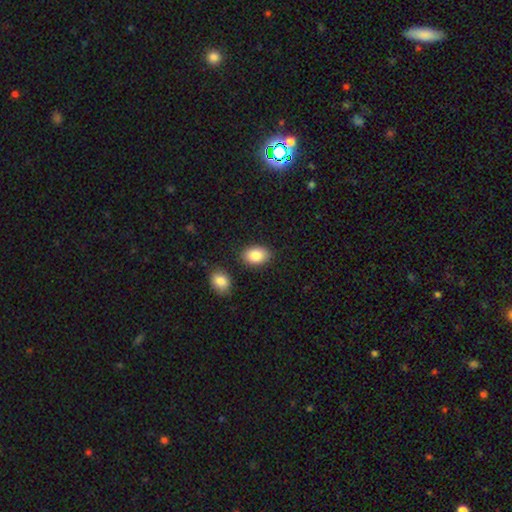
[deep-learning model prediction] The model was most divided on "how rounded": in between: 83%, round: 16%, cigar-shaped: 1%. More confident: smooth or featured — smooth (86%); merging — none (83%).